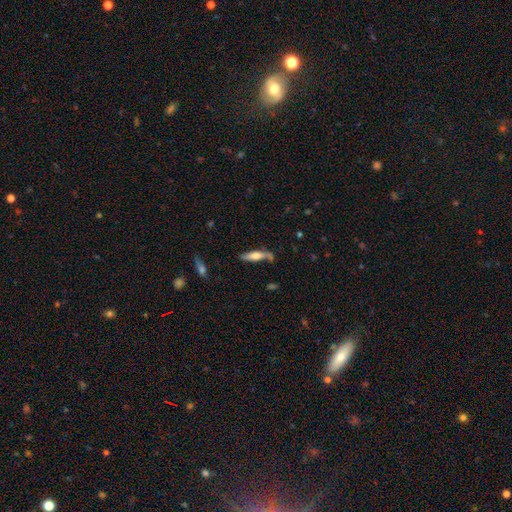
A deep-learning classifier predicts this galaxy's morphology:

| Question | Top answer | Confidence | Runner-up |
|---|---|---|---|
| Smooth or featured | smooth | 55% | featured or disk (39%) |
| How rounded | cigar-shaped | 76% | in between (23%) |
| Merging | none | 64% | minor disturbance (23%) |